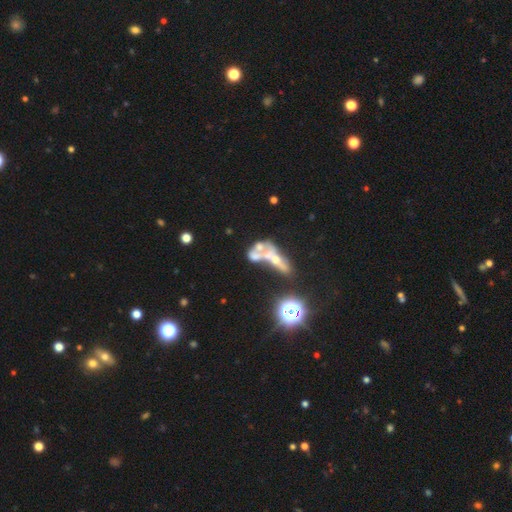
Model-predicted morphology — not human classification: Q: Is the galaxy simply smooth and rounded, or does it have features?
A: featured or disk — 55%.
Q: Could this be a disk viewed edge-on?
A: no — 92%.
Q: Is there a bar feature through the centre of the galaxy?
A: no — 90%.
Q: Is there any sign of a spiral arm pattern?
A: no — 93%.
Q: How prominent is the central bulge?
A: none — 41%.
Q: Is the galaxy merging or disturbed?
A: merger — 61%.